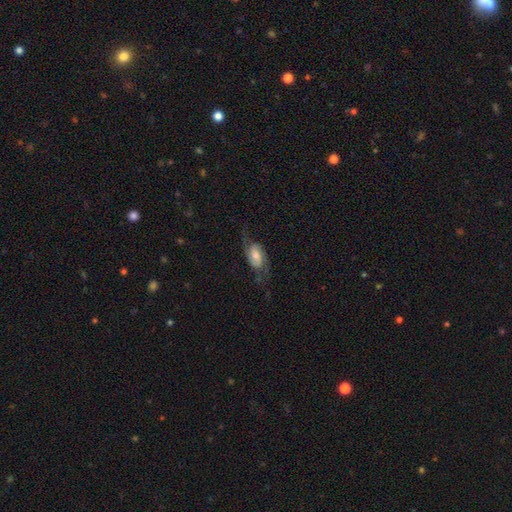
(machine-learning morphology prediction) A featured or disk galaxy (75%) with no bar (46%), 2 (90%) medium (42%) spiral arms (93%) and a moderate central bulge (56%).

Vote fractions:
- Smooth or featured? featured or disk: 75% / smooth: 19% / star or artifact: 7%
- Edge-on disk? no: 95% / yes: 5%
- Bar? no: 46% / weak: 42% / strong: 12%
- Spiral arms? yes: 93% / no: 7%
- Spiral winding? medium: 42% / loose: 41% / tight: 17%
- Spiral arm count? 2: 90% / can't tell: 5% / 1: 2% / 3: 1% / 4: 1% / more than 4: 1%
- Bulge size? moderate: 56% / small: 28% / large: 10% / none: 4% / dominant: 2%
- Merging? none: 66% / minor disturbance: 18% / major disturbance: 15% / merger: 1%